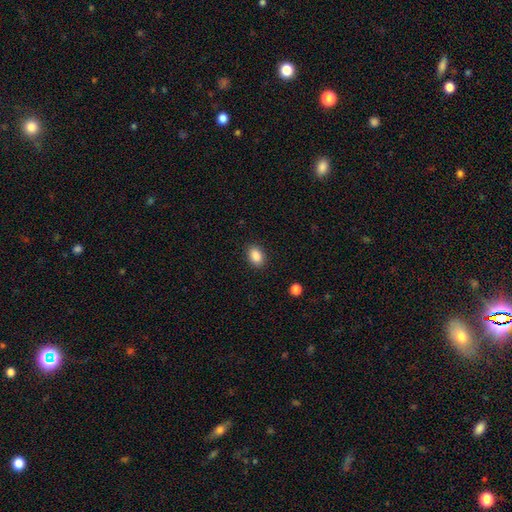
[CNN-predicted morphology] A smooth galaxy with no disk features (88%) that is in between round and cigar-shaped (80%).

Vote fractions:
- Smooth or featured? smooth: 88% / star or artifact: 9% / featured or disk: 3%
- How rounded? in between: 80% / round: 19% / cigar-shaped: 1%
- Merging? none: 89% / minor disturbance: 8% / major disturbance: 2% / merger: 1%